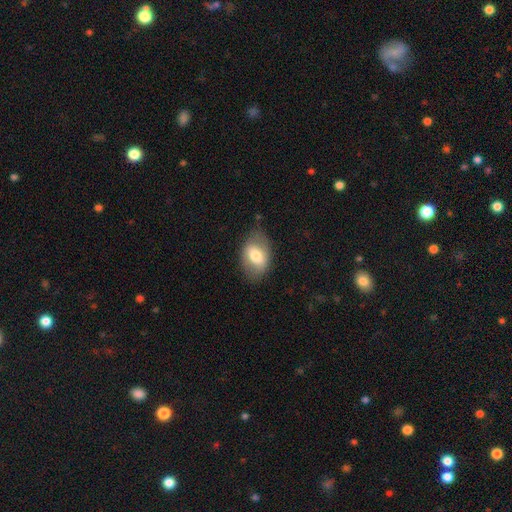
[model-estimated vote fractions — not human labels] Smooth or featured?
  - smooth: 67% *
  - featured or disk: 26%
  - star or artifact: 7%
How rounded?
  - in between: 84% *
  - round: 14%
  - cigar-shaped: 1%
Merging?
  - none: 73% *
  - minor disturbance: 20%
  - major disturbance: 6%
  - merger: 1%